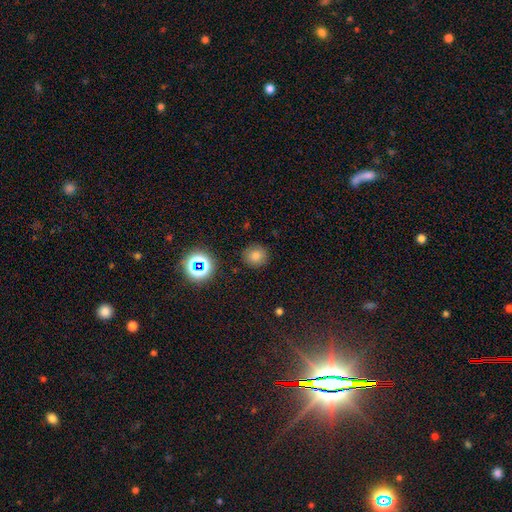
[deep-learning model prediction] A smooth galaxy with no disk features (75%) that is round (89%).

Vote fractions:
- Smooth or featured? smooth: 75% / star or artifact: 18% / featured or disk: 8%
- How rounded? round: 89% / in between: 10% / cigar-shaped: 1%
- Merging? none: 88% / minor disturbance: 8% / major disturbance: 3% / merger: 2%